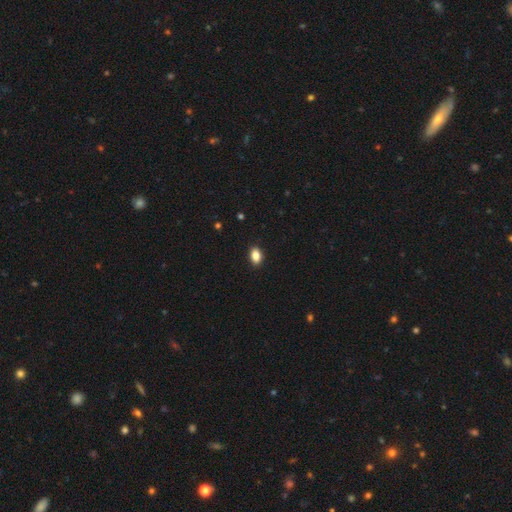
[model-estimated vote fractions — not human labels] A smooth galaxy with no disk features (86%) that is in between round and cigar-shaped (86%). Merging: none (90%).